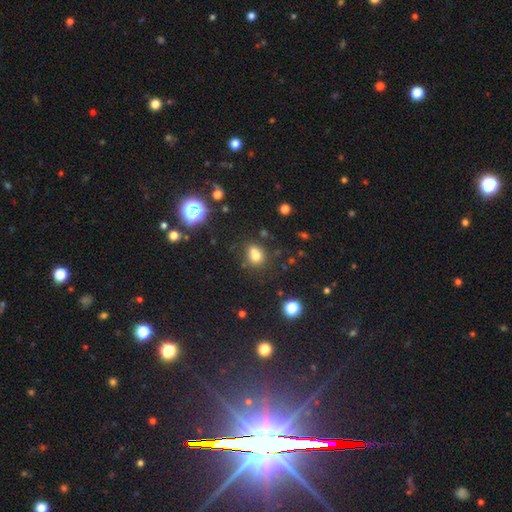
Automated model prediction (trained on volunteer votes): Smooth or featured? Predicted: smooth (p=0.71). How rounded? Predicted: round (p=0.61). Merging? Predicted: none (p=0.54).